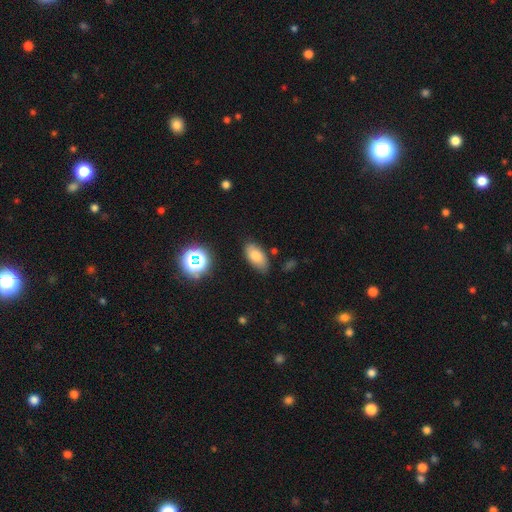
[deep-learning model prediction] Overall: smooth (77%). How rounded: in between (91%). Merging: none (80%).